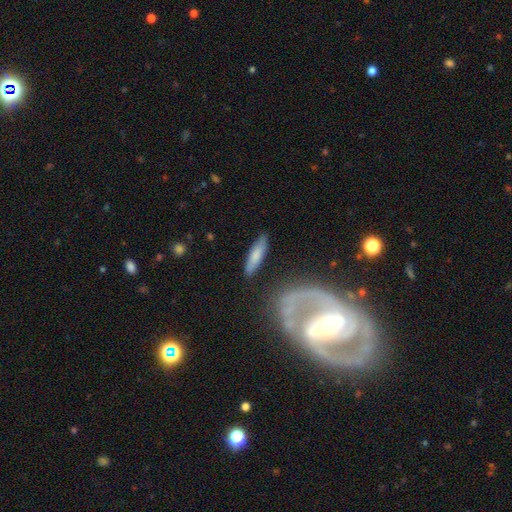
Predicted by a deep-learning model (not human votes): Smooth or featured?
  - smooth: 72% *
  - featured or disk: 22%
  - star or artifact: 6%
How rounded?
  - cigar-shaped: 74% *
  - in between: 25%
  - round: 2%
Merging?
  - none: 81% *
  - minor disturbance: 12%
  - merger: 3%
  - major disturbance: 3%